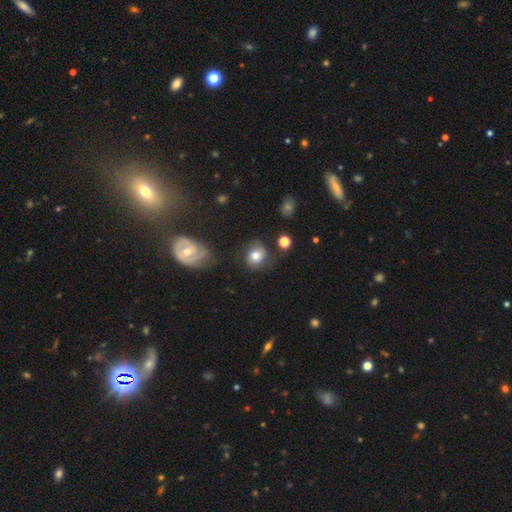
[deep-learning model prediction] Overall: smooth (68%). How rounded: round (63%; in between 36%). Merging: none (63%).